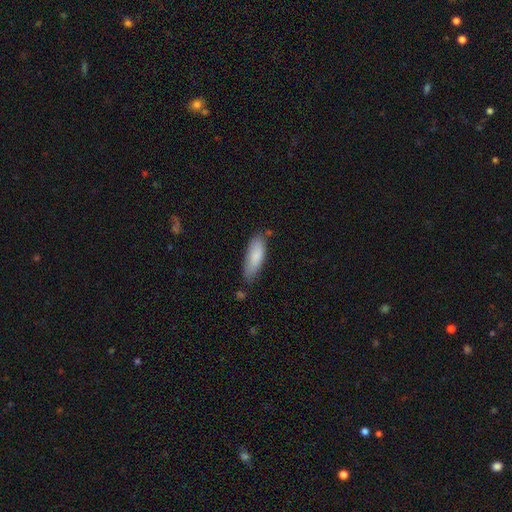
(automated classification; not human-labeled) A smooth galaxy with no disk features (84%) that is in between round and cigar-shaped (56%). Merging: none (70%).